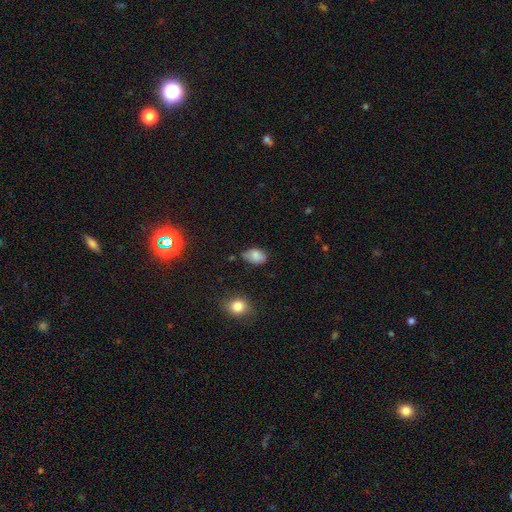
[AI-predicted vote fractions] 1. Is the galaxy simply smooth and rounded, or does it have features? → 80% smooth, 10% featured or disk, 10% star or artifact.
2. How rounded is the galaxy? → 85% in between, 13% round, 1% cigar-shaped.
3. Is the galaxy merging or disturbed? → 57% none, 34% minor disturbance, 7% major disturbance, 3% merger.